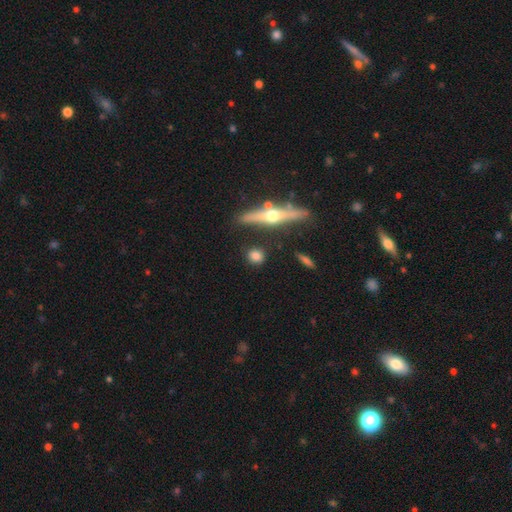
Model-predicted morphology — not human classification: Overall: smooth (74%). How rounded: round (77%). Merging: none (83%).